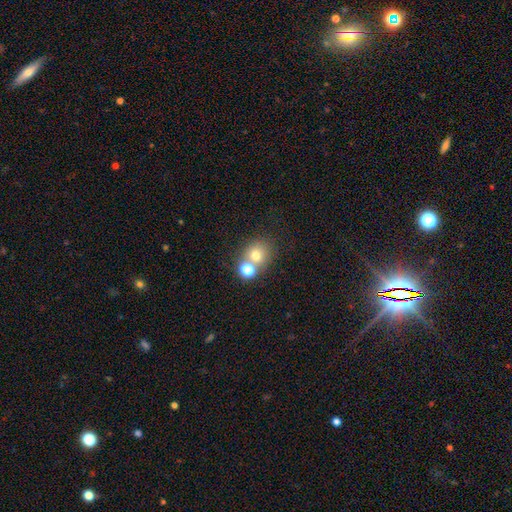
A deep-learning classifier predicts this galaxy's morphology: type=smooth (72%); roundness=round (79%); merging=none (51%).